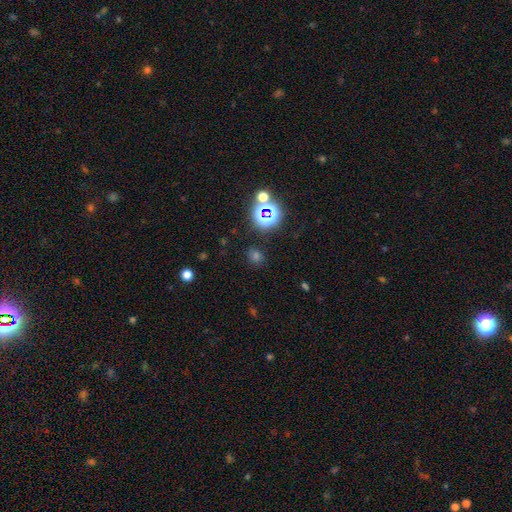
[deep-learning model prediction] smooth_or_featured: smooth (p=0.55) [alt: star or artifact p=0.38]
how_rounded: round (p=0.78) [alt: in between p=0.21]
merging: none (p=0.84) [alt: minor disturbance p=0.09]